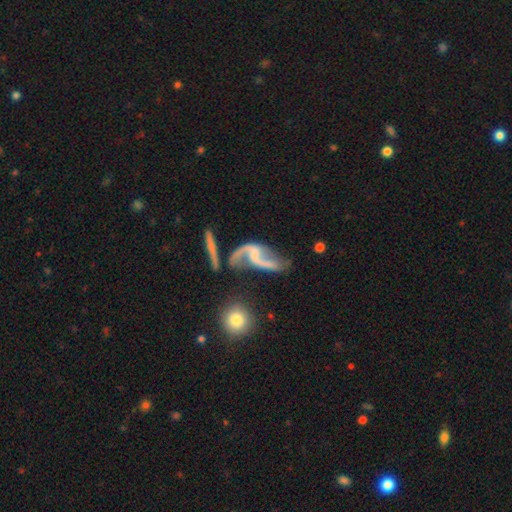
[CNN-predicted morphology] This is clearly a featured or disk galaxy (83%). It is clearly not viewed edge-on (95%). Bar: marginally no (42%). Spiral arm pattern: clearly yes (91%). Spiral arm count: clearly 2 (86%). Spiral winding: clearly loose (86%). Central bulge: possibly none (47%). Merging: marginally none (41%).